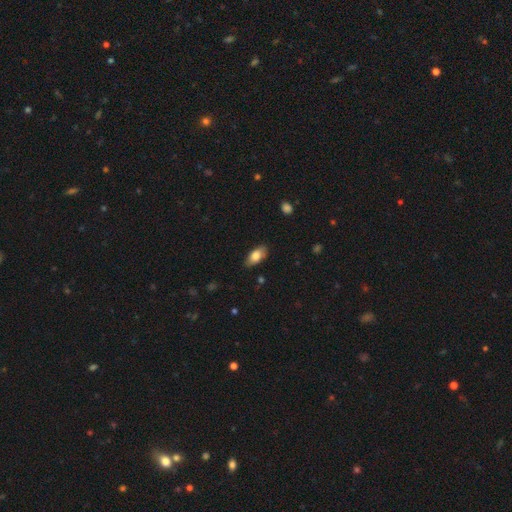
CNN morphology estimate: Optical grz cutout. It shows a smooth galaxy with no disk features (80%) that is in between round and cigar-shaped (89%). Merging: none (82%).